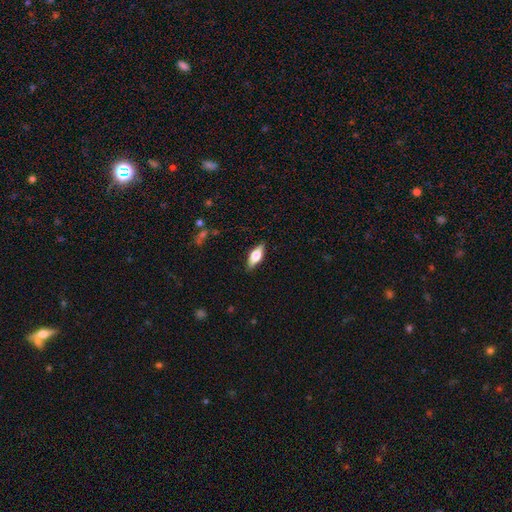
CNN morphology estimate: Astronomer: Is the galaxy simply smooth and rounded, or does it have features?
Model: smooth — 60%.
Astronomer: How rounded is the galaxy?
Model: in between — 72%.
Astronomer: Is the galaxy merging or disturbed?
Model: none — 86%.